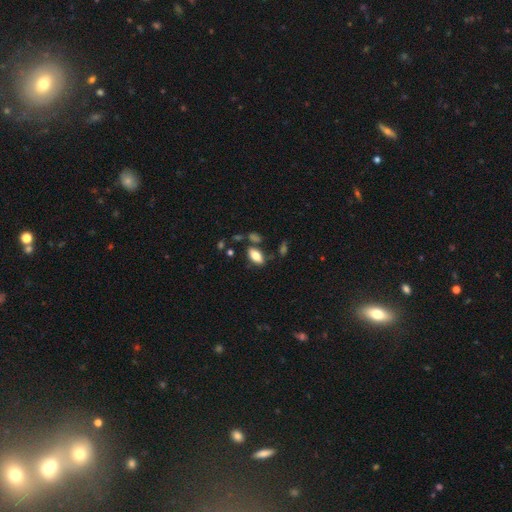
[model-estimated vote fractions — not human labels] smooth_or_featured: smooth (p=0.79) [alt: featured or disk p=0.13]
how_rounded: in between (p=0.90) [alt: cigar-shaped p=0.07]
merging: none (p=0.75) [alt: minor disturbance p=0.14]